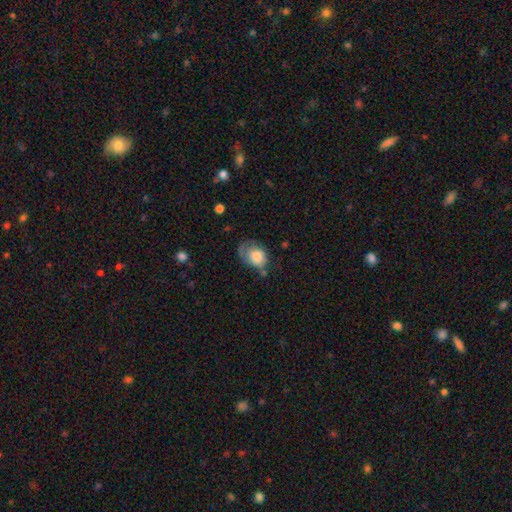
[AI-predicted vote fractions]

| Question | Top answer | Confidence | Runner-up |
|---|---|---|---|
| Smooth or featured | smooth | 72% | featured or disk (21%) |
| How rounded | in between | 59% | round (40%) |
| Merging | none | 35% | minor disturbance (34%) |